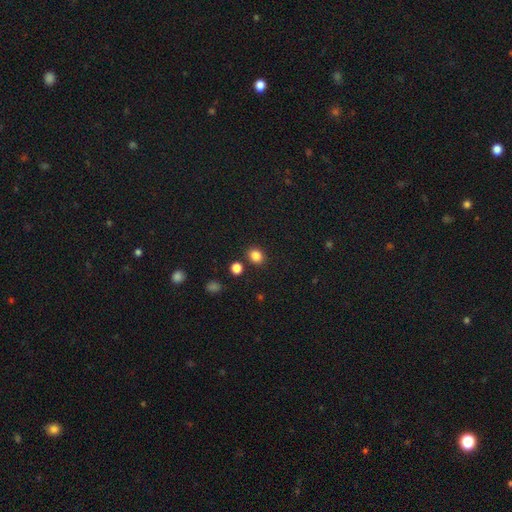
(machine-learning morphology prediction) Overall: smooth (84%). How rounded: round (63%; in between 37%). Merging: none (83%).